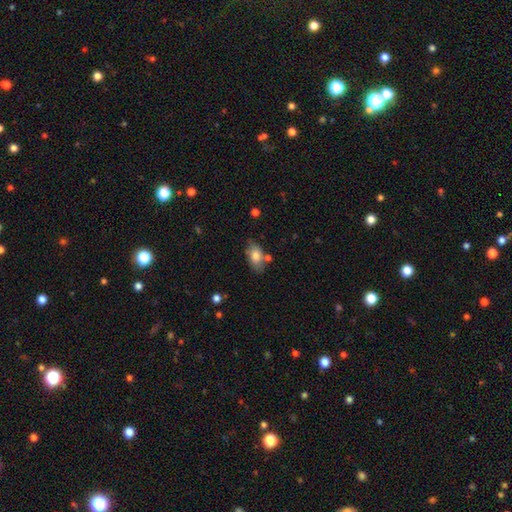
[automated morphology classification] The model was most divided on "merging": none: 66%, minor disturbance: 20%, merger: 9%, major disturbance: 5%. More confident: how rounded — in between (89%); smooth or featured — smooth (75%).